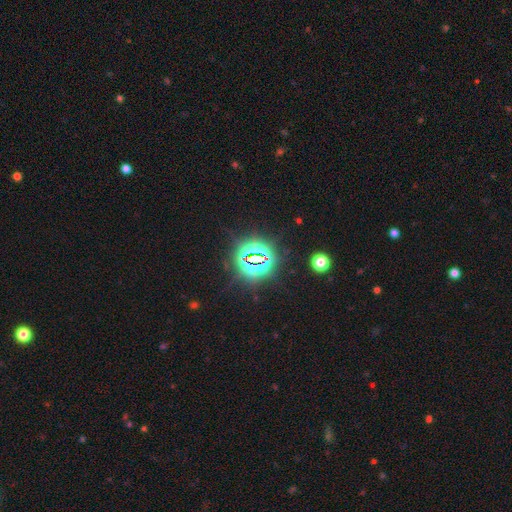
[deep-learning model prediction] smooth_or_featured: star or artifact (p=0.80) [alt: smooth p=0.12]